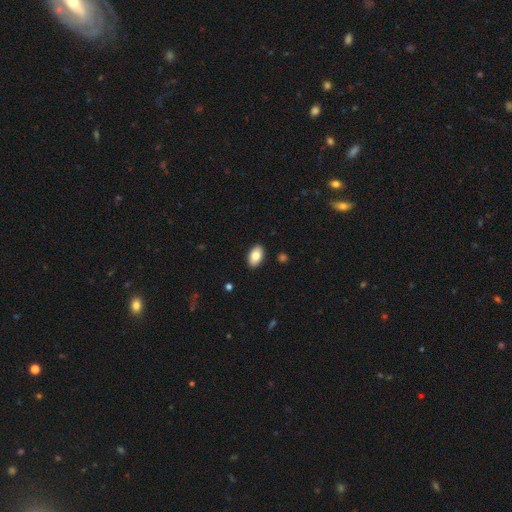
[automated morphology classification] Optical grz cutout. It shows a smooth galaxy with no disk features (82%) that is in between round and cigar-shaped (93%). Merging: none (90%).